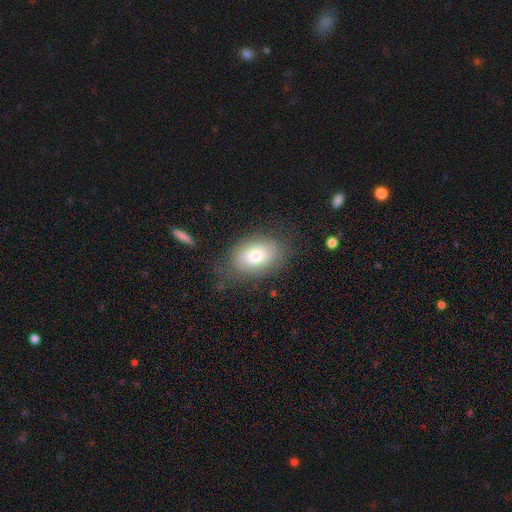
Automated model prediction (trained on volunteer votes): A smooth galaxy with no disk features (71%) that is in between round and cigar-shaped (82%).

Vote fractions:
- Smooth or featured? smooth: 71% / featured or disk: 21% / star or artifact: 8%
- How rounded? in between: 82% / round: 17% / cigar-shaped: 1%
- Merging? none: 71% / minor disturbance: 19% / major disturbance: 9% / merger: 2%